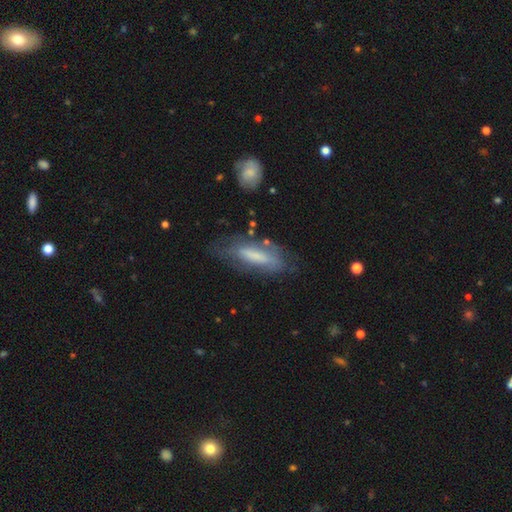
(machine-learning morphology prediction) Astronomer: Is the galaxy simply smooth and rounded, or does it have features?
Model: smooth — 54% (runner-up: featured or disk, 38%).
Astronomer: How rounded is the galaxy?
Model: cigar-shaped — 49%, tied with in between at 49%.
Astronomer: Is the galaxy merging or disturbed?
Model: none — 60%.